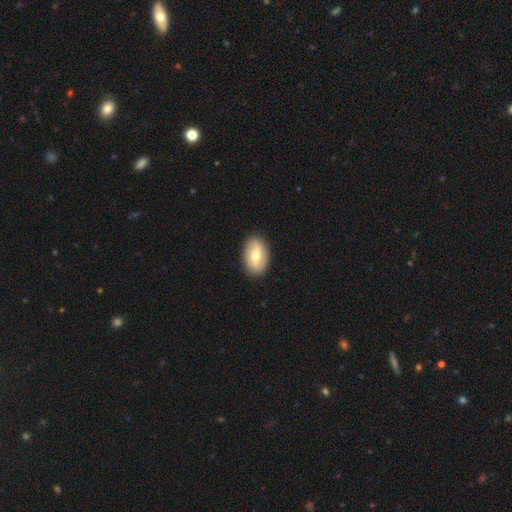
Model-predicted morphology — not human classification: A smooth galaxy with no disk features (60%) that is in between round and cigar-shaped (88%). Merging: none (89%).